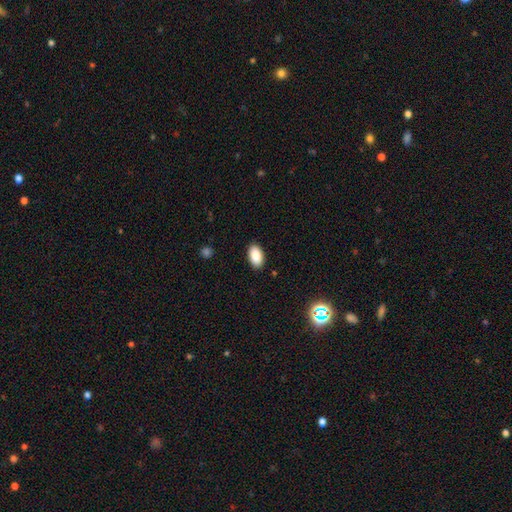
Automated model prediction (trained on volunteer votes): A smooth galaxy with no disk features (88%) that is in between round and cigar-shaped (94%). Merging: none (89%).